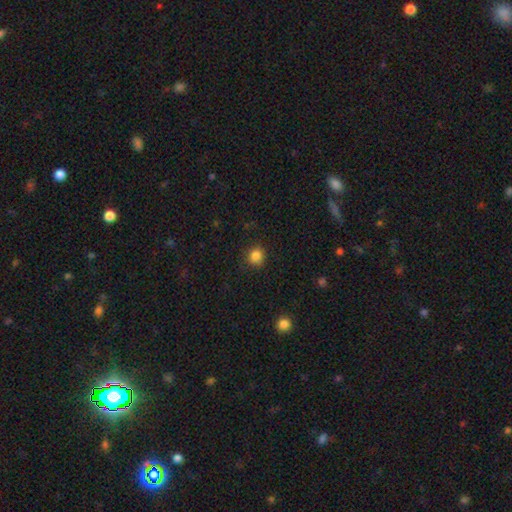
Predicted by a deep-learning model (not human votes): A smooth galaxy with no disk features (84%) that is round (88%).

Vote fractions:
- Smooth or featured? smooth: 84% / star or artifact: 12% / featured or disk: 4%
- How rounded? round: 88% / in between: 11% / cigar-shaped: 1%
- Merging? none: 87% / minor disturbance: 9% / major disturbance: 3% / merger: 1%